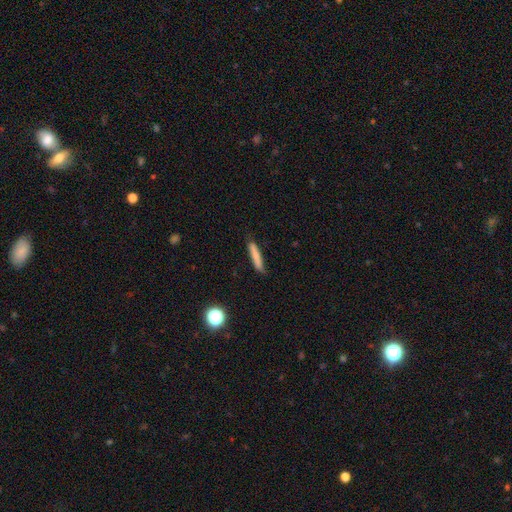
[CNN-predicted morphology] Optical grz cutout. It shows a smooth galaxy with no disk features (78%) that is cigar-shaped (91%). Merging: none (84%).